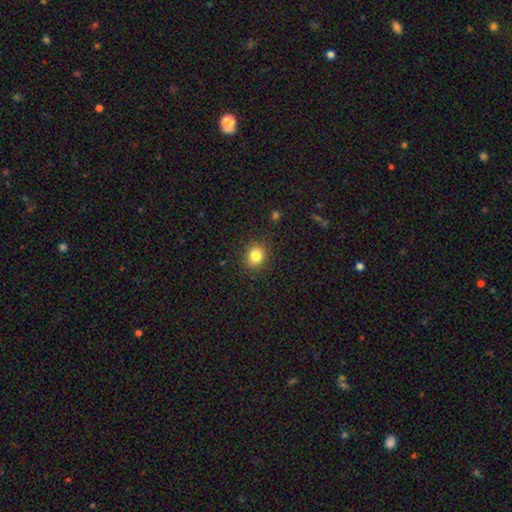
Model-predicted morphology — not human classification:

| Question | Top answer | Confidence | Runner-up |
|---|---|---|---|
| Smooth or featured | smooth | 83% | star or artifact (11%) |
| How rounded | round | 73% | in between (26%) |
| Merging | none | 88% | minor disturbance (8%) |